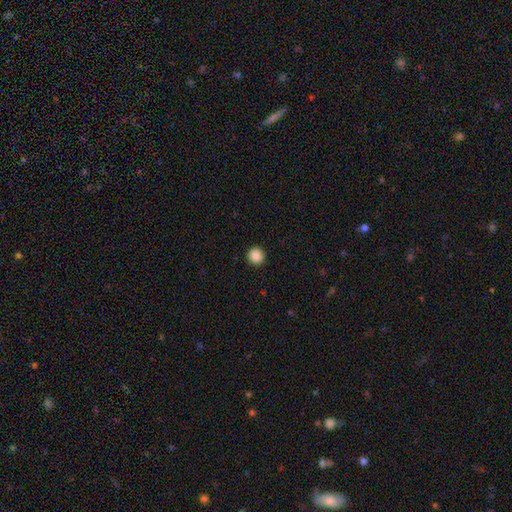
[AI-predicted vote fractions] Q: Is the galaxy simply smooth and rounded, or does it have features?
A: smooth — 89%.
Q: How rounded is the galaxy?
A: round — 94%.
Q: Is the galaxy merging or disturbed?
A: none — 93%.